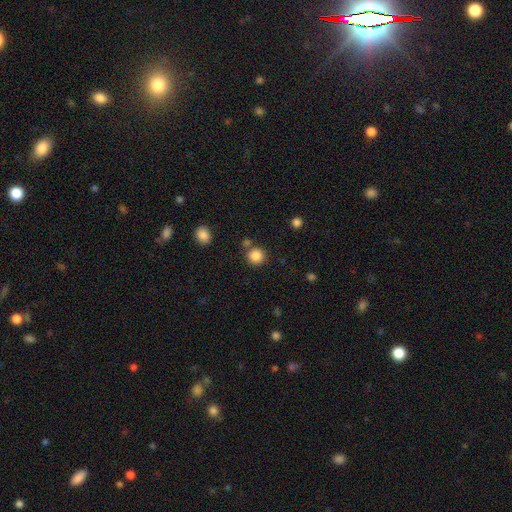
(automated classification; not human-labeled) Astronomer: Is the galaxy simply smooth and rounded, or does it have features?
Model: smooth — 86%.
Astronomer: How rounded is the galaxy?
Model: round — 92%.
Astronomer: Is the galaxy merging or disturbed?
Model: none — 77%.